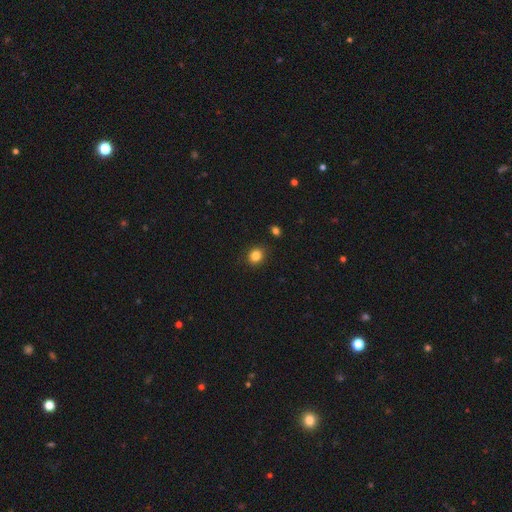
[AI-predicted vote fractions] Smooth or featured: smooth — 84% (star or artifact — 11%)
How rounded: round — 70% (in between — 29%)
Merging: none — 88% (minor disturbance — 8%)